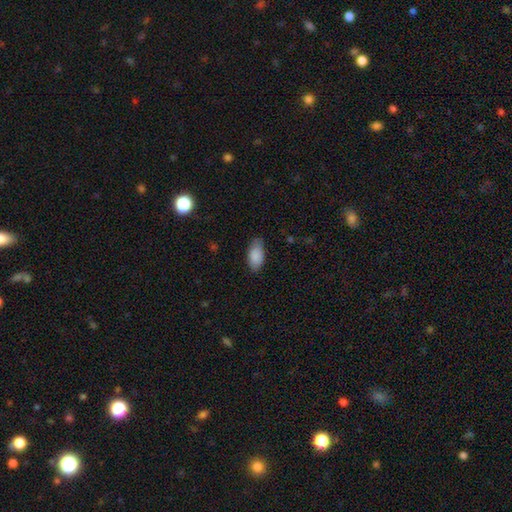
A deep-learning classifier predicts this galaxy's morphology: Q: Smooth or featured?
A: smooth (88%); runner-up: star or artifact (7%)
Q: How rounded?
A: in between (93%); runner-up: cigar-shaped (5%)
Q: Merging?
A: none (76%); runner-up: minor disturbance (19%)